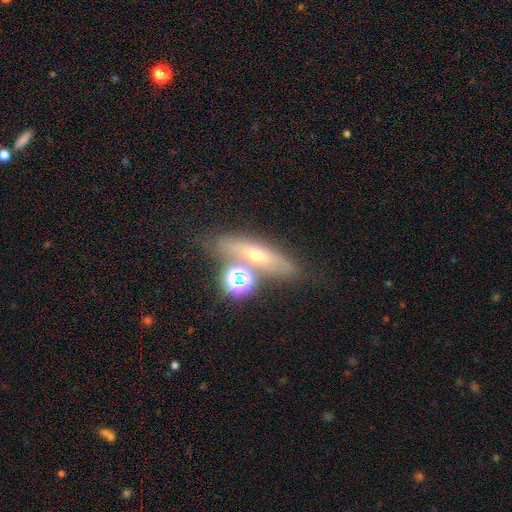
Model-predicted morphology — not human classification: Q: Smooth or featured?
A: featured or disk (44%); runner-up: smooth (38%)
Q: Merging?
A: none (64%); runner-up: merger (17%)